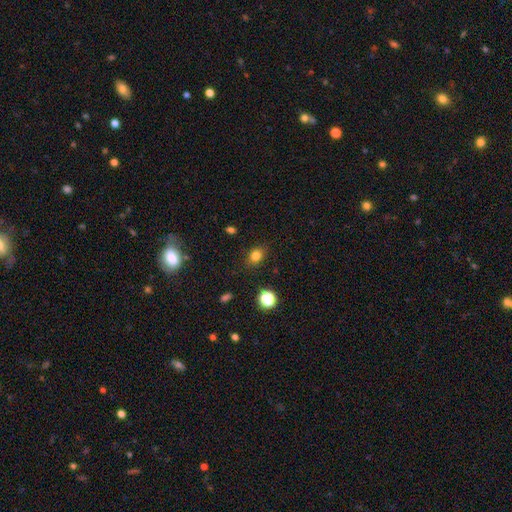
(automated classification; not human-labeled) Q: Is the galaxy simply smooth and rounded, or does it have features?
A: smooth — 79%.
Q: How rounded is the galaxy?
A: round — 50%.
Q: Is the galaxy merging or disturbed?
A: none — 84%.